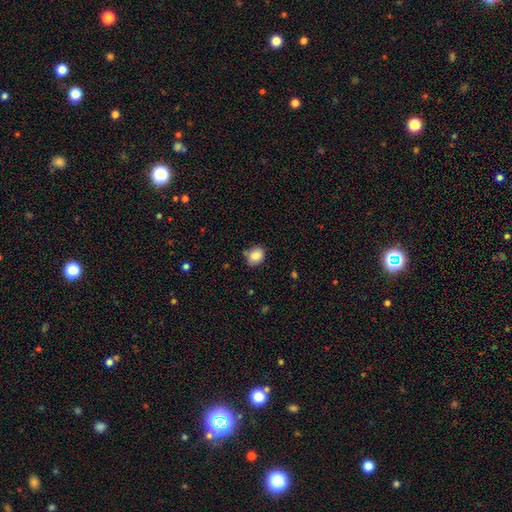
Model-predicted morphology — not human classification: Smooth or featured?
  - smooth: 85% *
  - star or artifact: 9%
  - featured or disk: 6%
How rounded?
  - round: 55% *
  - in between: 44%
  - cigar-shaped: 1%
Merging?
  - none: 72% *
  - minor disturbance: 20%
  - merger: 5%
  - major disturbance: 4%